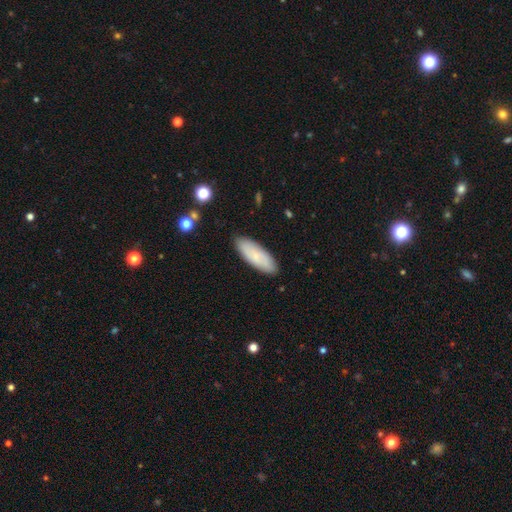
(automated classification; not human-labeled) Morphology: type=smooth (74%); roundness=in between (67%); merging=none (86%).